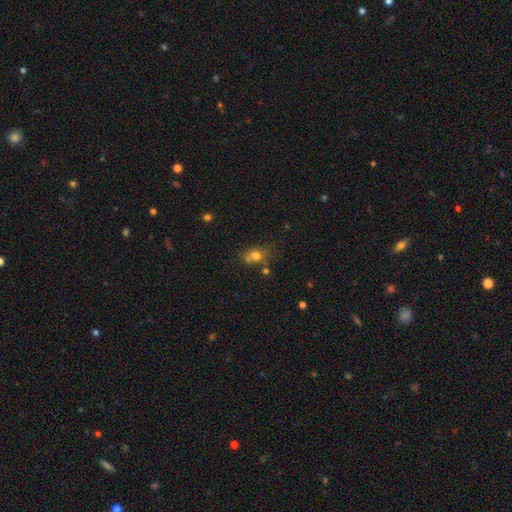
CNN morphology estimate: Smooth or featured? Predicted: smooth (p=0.71). How rounded? Predicted: round (p=0.55). Merging? Predicted: none (p=0.48).